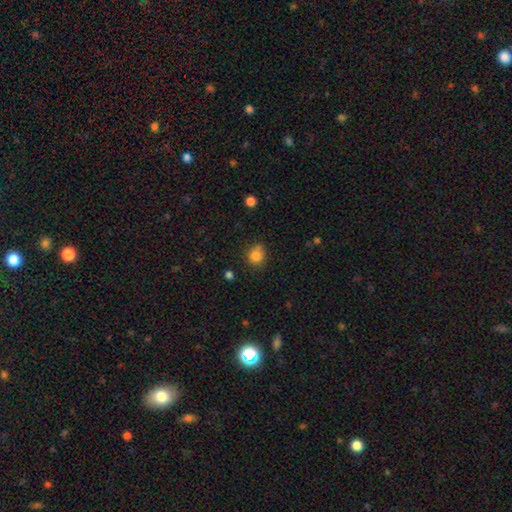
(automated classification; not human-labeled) This appears to be a smooth galaxy with no disk features (83%) that is round (76%). Merging: none (65%).